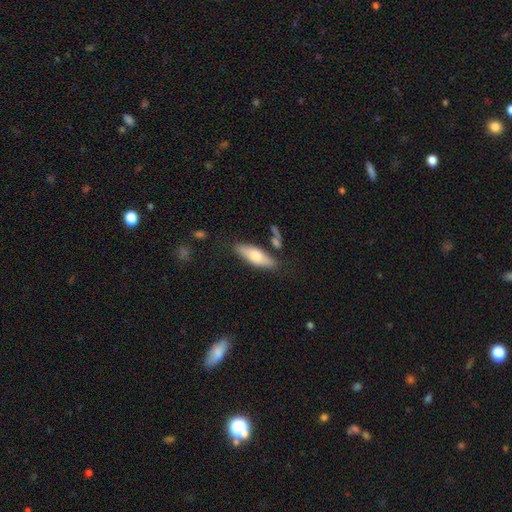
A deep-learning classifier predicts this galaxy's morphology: smooth_or_featured: smooth (p=0.69) [alt: featured or disk p=0.25]
how_rounded: in between (p=0.57) [alt: cigar-shaped p=0.41]
merging: none (p=0.75) [alt: minor disturbance p=0.15]